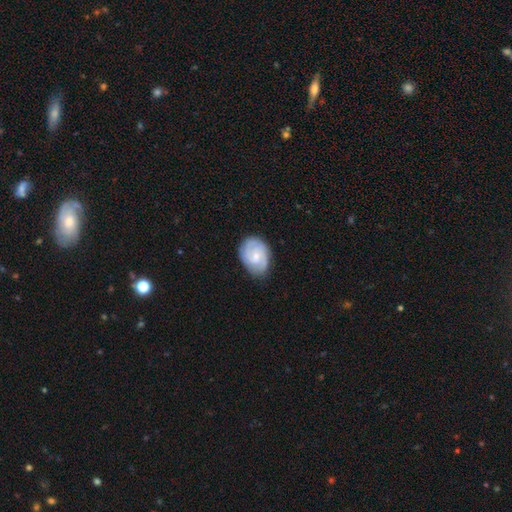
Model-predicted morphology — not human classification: smooth_or_featured: featured or disk (p=0.69) [alt: smooth p=0.26]
disk_edge_on: no (p=0.98) [alt: yes p=0.02]
bar: no (p=0.58) [alt: weak p=0.37]
has_spiral_arms: yes (p=0.93) [alt: no p=0.07]
spiral_winding: tight (p=0.53) [alt: medium p=0.37]
spiral_arm_count: 2 (p=0.47) [alt: 3 p=0.22]
bulge_size: small (p=0.59) [alt: moderate p=0.35]
merging: none (p=0.79) [alt: minor disturbance p=0.16]